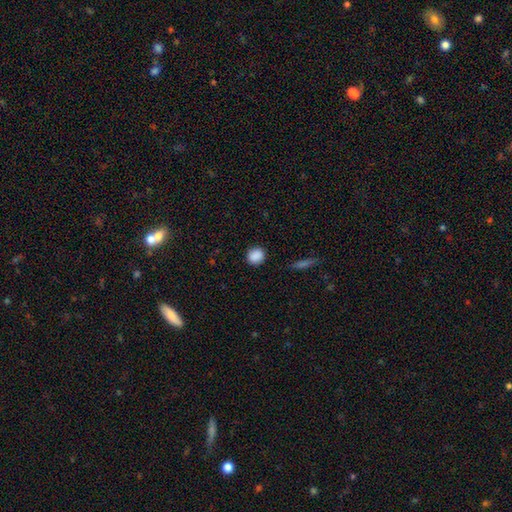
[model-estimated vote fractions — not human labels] Smooth or featured? Predicted: smooth (p=0.89). How rounded? Predicted: round (p=0.82). Merging? Predicted: none (p=0.89).